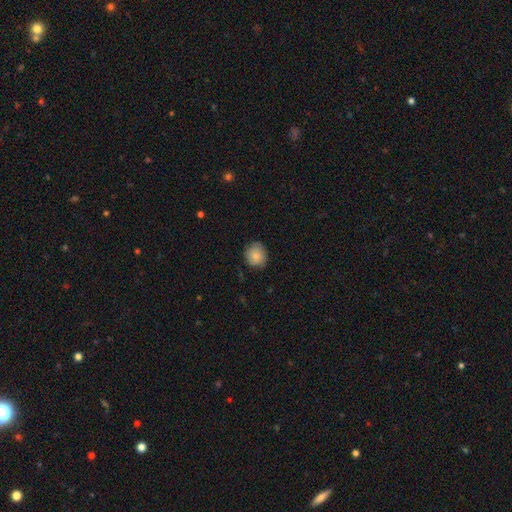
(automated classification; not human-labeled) The model was most divided on "merging": none: 79%, minor disturbance: 17%, major disturbance: 3%, merger: 1%. More confident: smooth or featured — smooth (85%); how rounded — round (82%).